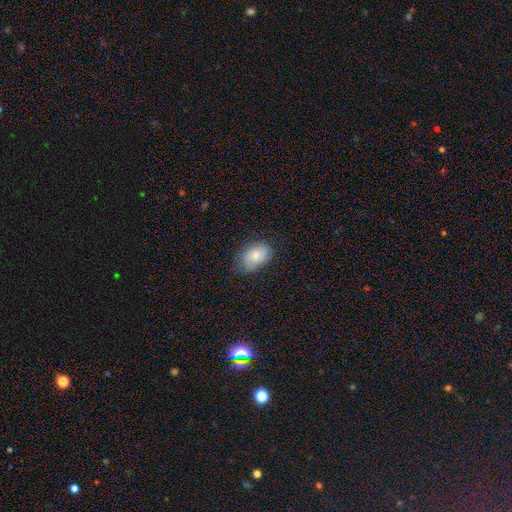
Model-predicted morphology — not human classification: Smooth or featured?
  - smooth: 73% *
  - featured or disk: 19%
  - star or artifact: 7%
How rounded?
  - in between: 79% *
  - round: 19%
  - cigar-shaped: 1%
Merging?
  - none: 67% *
  - minor disturbance: 25%
  - major disturbance: 7%
  - merger: 1%